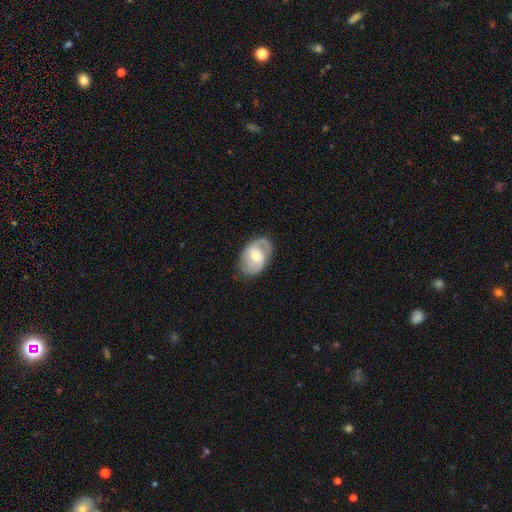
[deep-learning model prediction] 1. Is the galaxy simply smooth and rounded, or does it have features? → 70% featured or disk, 24% smooth, 6% star or artifact.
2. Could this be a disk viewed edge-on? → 96% no, 4% yes.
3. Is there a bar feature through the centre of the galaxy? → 56% no, 35% weak, 9% strong.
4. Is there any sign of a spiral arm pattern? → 87% yes, 13% no.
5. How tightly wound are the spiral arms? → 45% medium, 34% tight, 21% loose.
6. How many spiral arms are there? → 70% 2, 13% 1, 12% can't tell, 3% 3, 1% 4, 1% more than 4.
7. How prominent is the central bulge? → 59% moderate, 35% small, 3% large, 1% none, 1% dominant.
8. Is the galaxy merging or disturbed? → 72% none, 19% minor disturbance, 7% major disturbance, 1% merger.